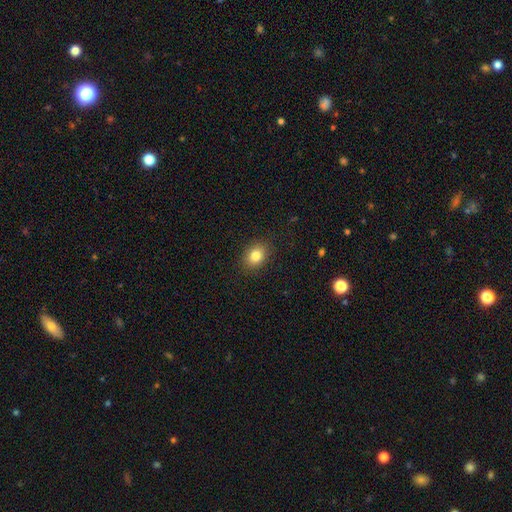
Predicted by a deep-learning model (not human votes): Smooth or featured? Predicted: smooth (p=0.83). How rounded? Predicted: in between (p=0.57). Merging? Predicted: none (p=0.88).